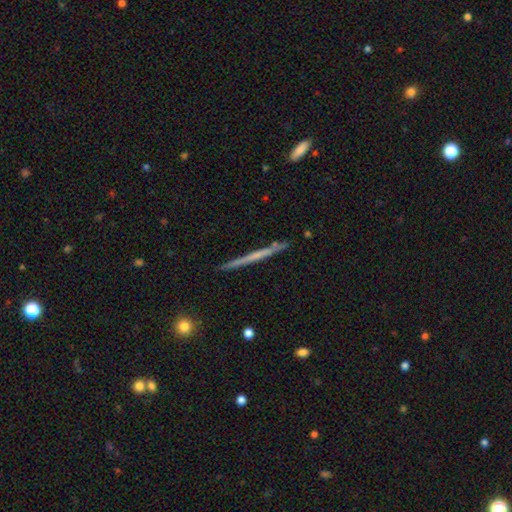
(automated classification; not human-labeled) A featured or disk galaxy (58%) viewed edge-on (98%) with no central bulge (84%). Merging: none (89%).